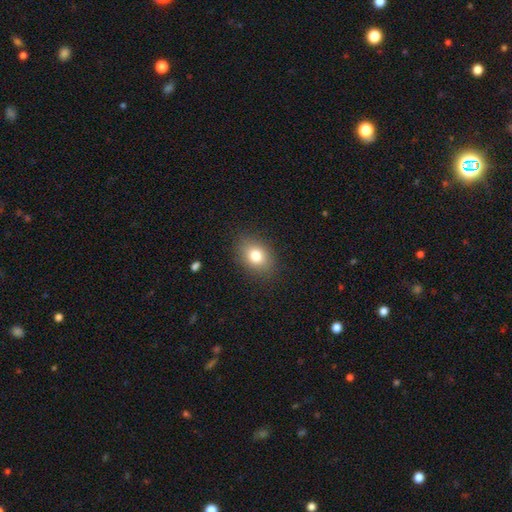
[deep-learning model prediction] A smooth galaxy with no disk features (79%) that is in between round and cigar-shaped (70%). Merging: none (87%).